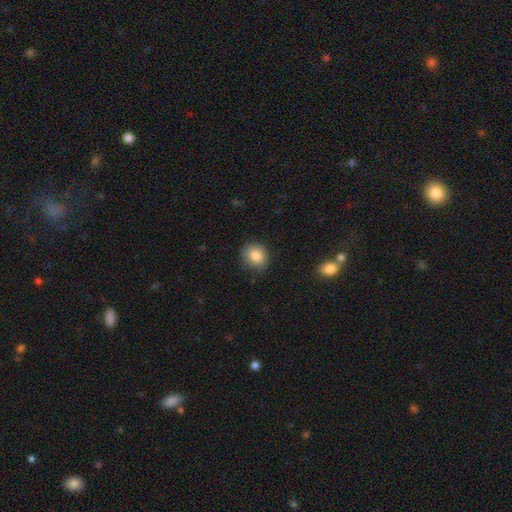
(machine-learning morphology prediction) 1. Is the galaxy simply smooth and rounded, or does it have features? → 84% smooth, 8% star or artifact, 8% featured or disk.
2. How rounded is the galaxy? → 69% round, 30% in between, 1% cigar-shaped.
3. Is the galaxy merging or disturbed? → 76% none, 19% minor disturbance, 4% major disturbance, 1% merger.